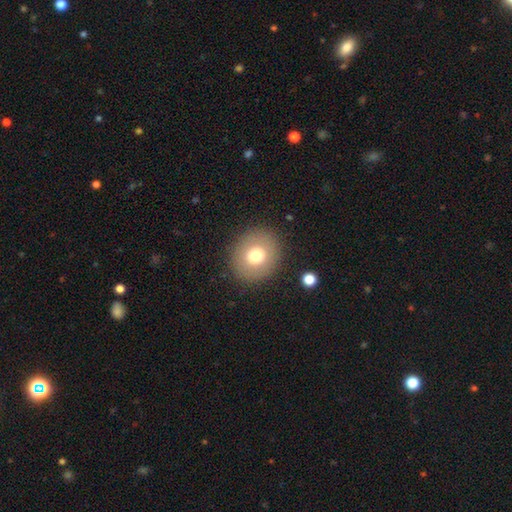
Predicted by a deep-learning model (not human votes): smooth_or_featured: smooth (p=0.72) [alt: featured or disk p=0.17]
how_rounded: round (p=0.80) [alt: in between p=0.19]
merging: none (p=0.88) [alt: minor disturbance p=0.07]